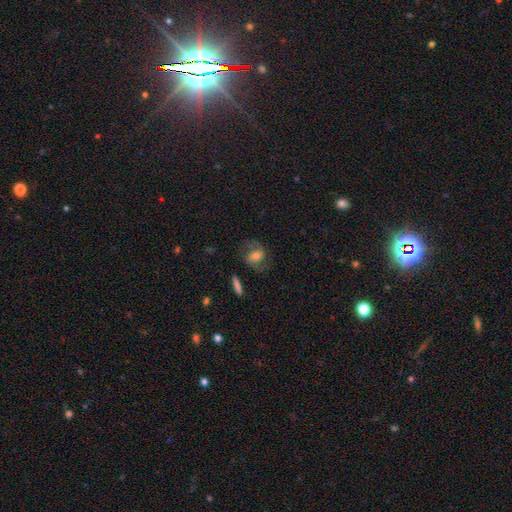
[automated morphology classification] Smooth or featured? featured or disk (65%)
Edge-on disk? no (96%)
Bar? no (45%)
Spiral arms? yes (90%)
Spiral winding? medium (51%)
Spiral arm count? 2 (87%)
Bulge size? moderate (59%)
Merging? none (70%)